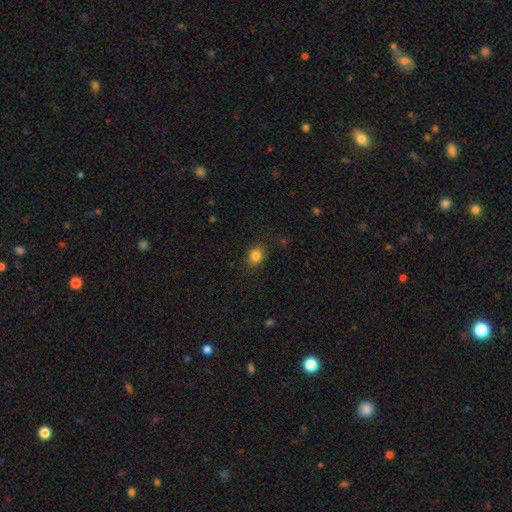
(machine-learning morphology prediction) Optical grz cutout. It shows a smooth galaxy with no disk features (84%) that is round (56%). Merging: none (87%).